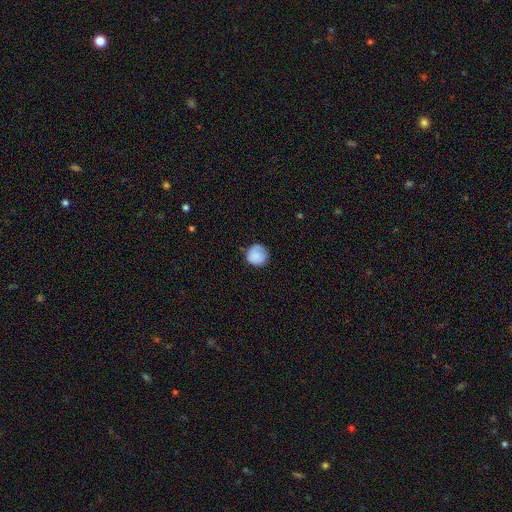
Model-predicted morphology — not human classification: A smooth galaxy with no disk features (83%) that is round (92%). Merging: none (77%).